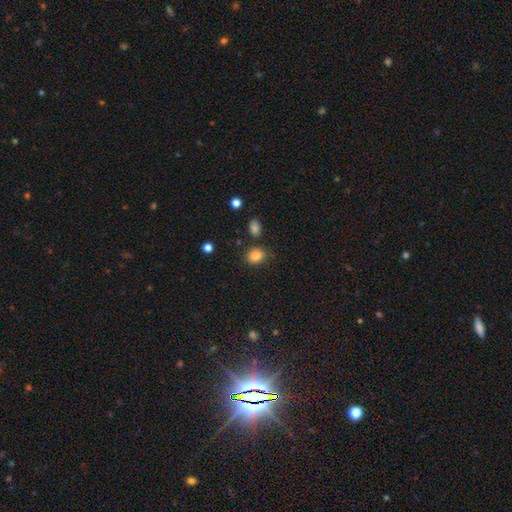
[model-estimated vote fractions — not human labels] A smooth galaxy with no disk features (84%) that is in between round and cigar-shaped (50%). Merging: none (77%).